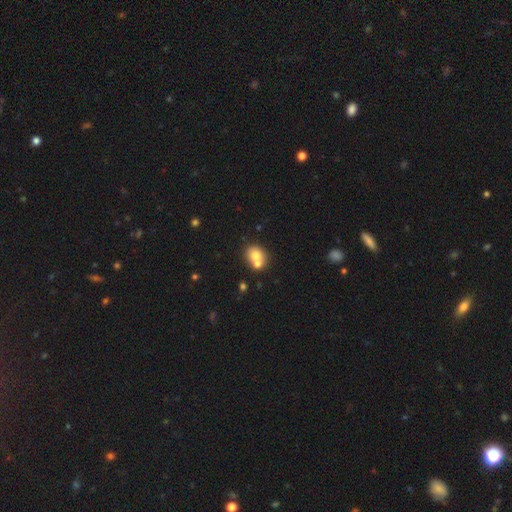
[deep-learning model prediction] Morphology: type=smooth (72%); roundness=round (68%); merging=merger (46%).